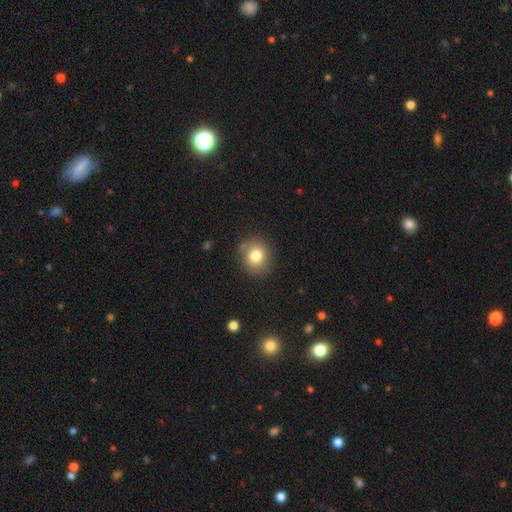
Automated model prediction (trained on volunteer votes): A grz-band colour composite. It shows a smooth galaxy with no disk features (79%) that is round (75%). Merging: none (80%).